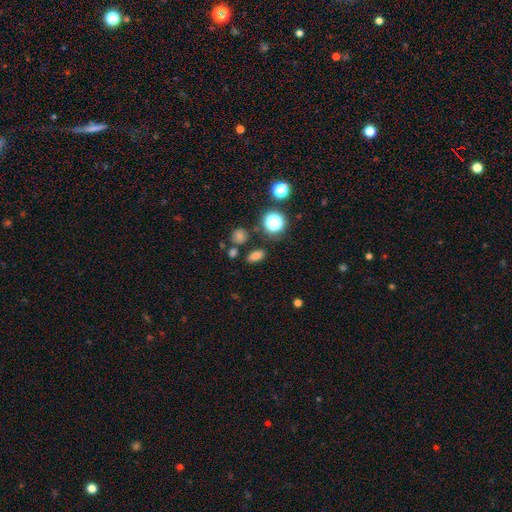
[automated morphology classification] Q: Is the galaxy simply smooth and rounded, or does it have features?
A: smooth — 74%.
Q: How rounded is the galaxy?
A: in between — 80%.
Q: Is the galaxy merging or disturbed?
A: none — 81%.